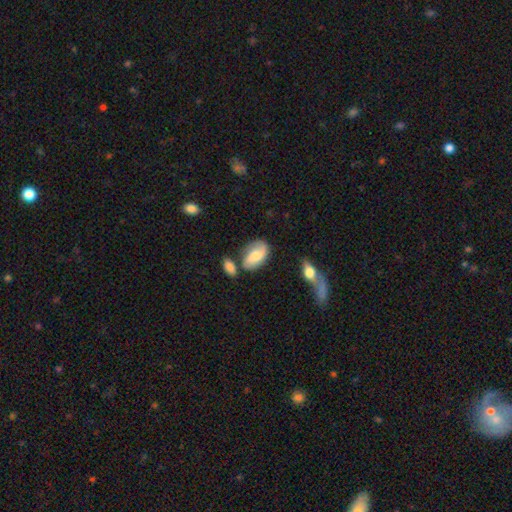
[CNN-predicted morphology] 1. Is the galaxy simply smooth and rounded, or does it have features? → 52% smooth, 42% featured or disk, 7% star or artifact.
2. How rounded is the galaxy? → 91% in between, 7% round, 3% cigar-shaped.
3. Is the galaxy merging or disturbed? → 57% none, 21% minor disturbance, 14% merger, 7% major disturbance.